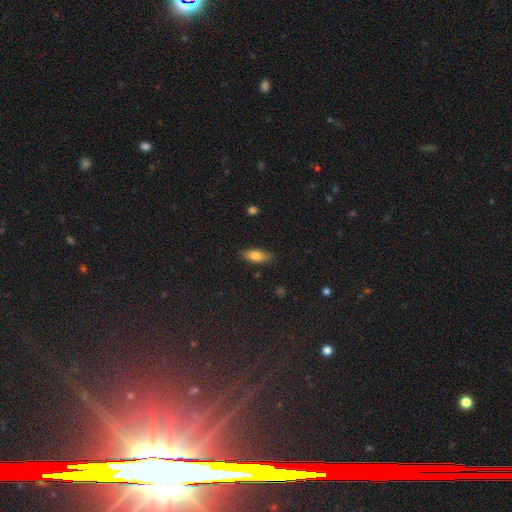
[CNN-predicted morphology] A smooth galaxy with no disk features (78%) that is in between round and cigar-shaped (70%). Merging: none (86%).